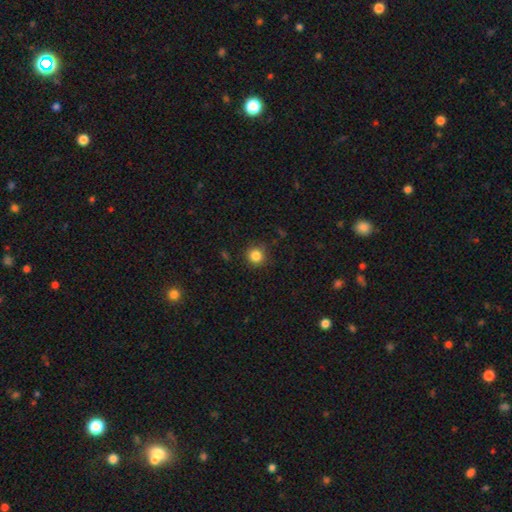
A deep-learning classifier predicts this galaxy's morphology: smooth-or-featured: smooth: 84% | star or artifact: 11% | featured or disk: 4%
  how-rounded: round: 94% | in between: 5% | cigar-shaped: 1%
  merging: none: 88% | minor disturbance: 8% | major disturbance: 2% | merger: 1%